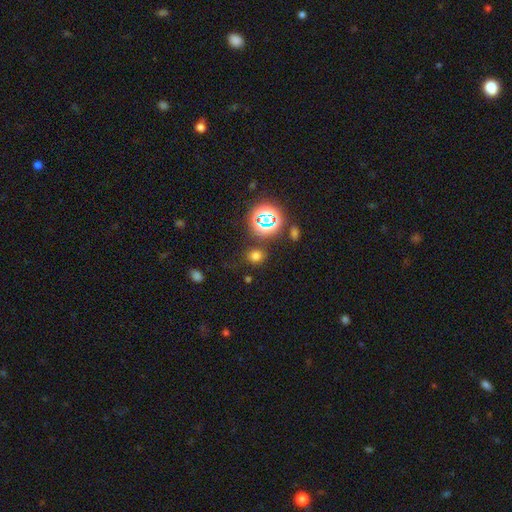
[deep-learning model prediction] Morphology: type=smooth (67%); roundness=round (80%); merging=none (82%).